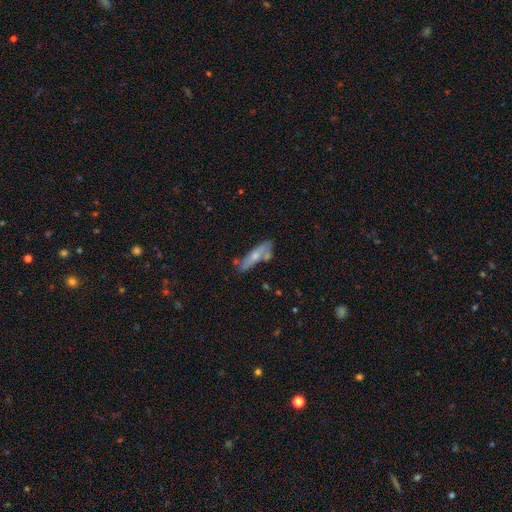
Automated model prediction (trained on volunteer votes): The model was most divided on "smooth or featured": smooth: 52%, featured or disk: 41%, star or artifact: 6%. More confident: how rounded — cigar-shaped (71%); merging — none (57%).